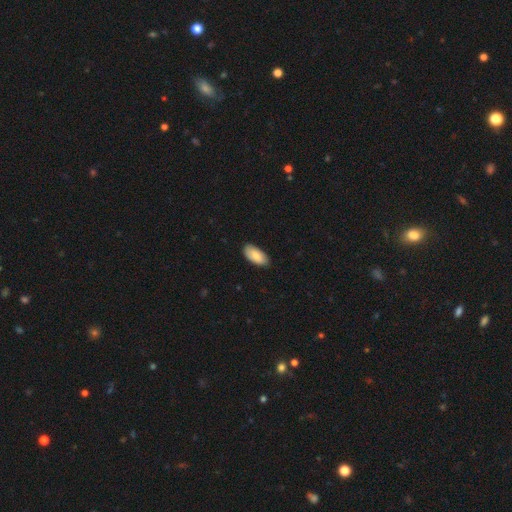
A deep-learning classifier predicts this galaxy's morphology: This appears to be a smooth galaxy with no disk features (84%) that is in between round and cigar-shaped (93%). Merging: none (84%).